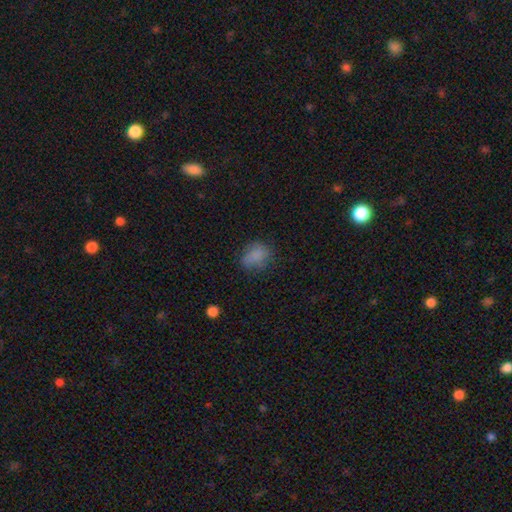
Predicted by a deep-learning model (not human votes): Smooth or featured? Predicted: smooth (p=0.80). How rounded? Predicted: in between (p=0.58). Merging? Predicted: none (p=0.66).